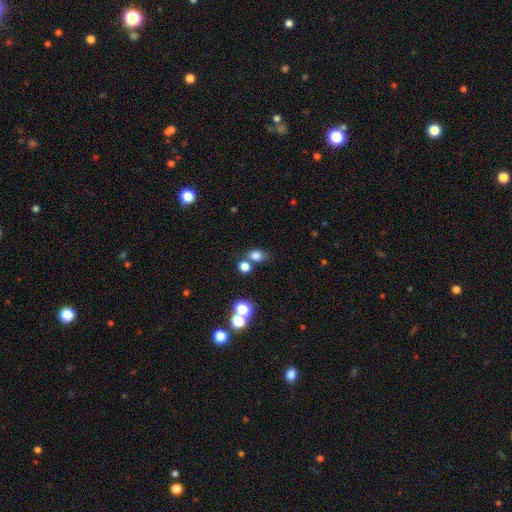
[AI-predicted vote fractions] Smooth or featured? Predicted: smooth (p=0.78). How rounded? Predicted: in between (p=0.57). Merging? Predicted: none (p=0.61).